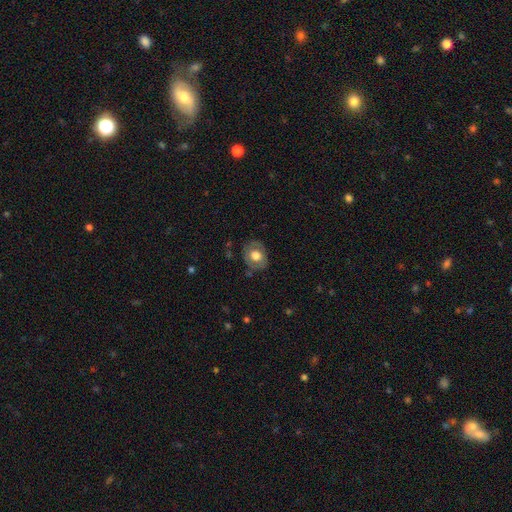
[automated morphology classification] Smooth or featured? smooth (60%)
How rounded? in between (52%)
Merging? none (76%)